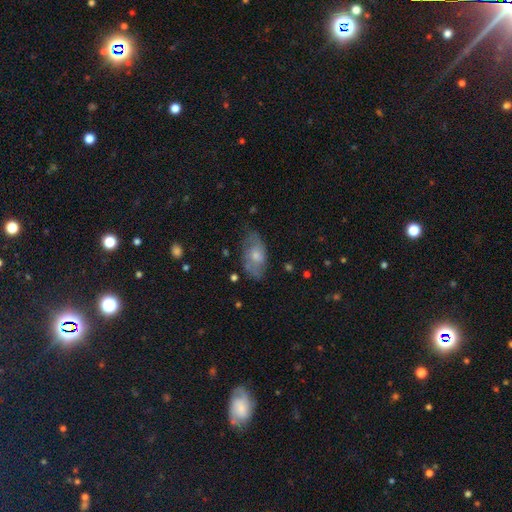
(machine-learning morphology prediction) Smooth or featured: featured or disk — 54% (smooth — 35%)
Edge-on disk: no — 91% (yes — 9%)
Merging: none — 70% (minor disturbance — 22%)